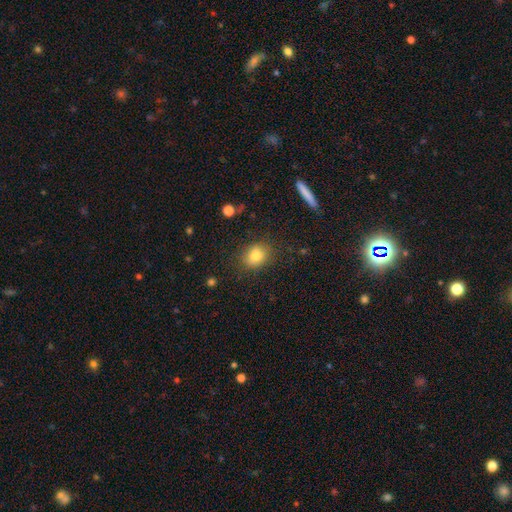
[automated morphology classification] This appears to be a smooth galaxy with no disk features (81%) that is round (52%). Merging: none (83%).